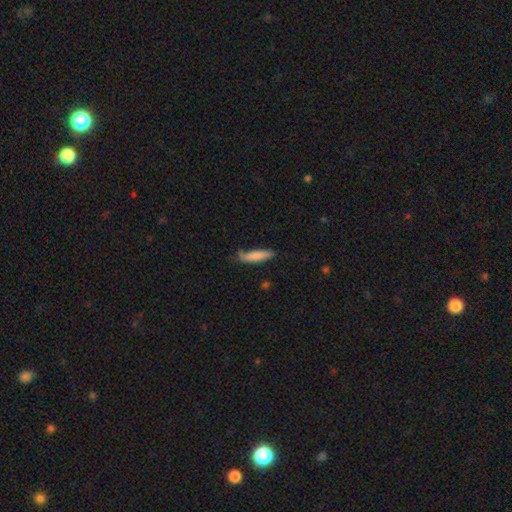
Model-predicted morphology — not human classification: smooth-or-featured: smooth: 81% | featured or disk: 13% | star or artifact: 6%
  how-rounded: cigar-shaped: 79% | in between: 19% | round: 1%
  merging: none: 63% | minor disturbance: 28% | major disturbance: 6% | merger: 3%